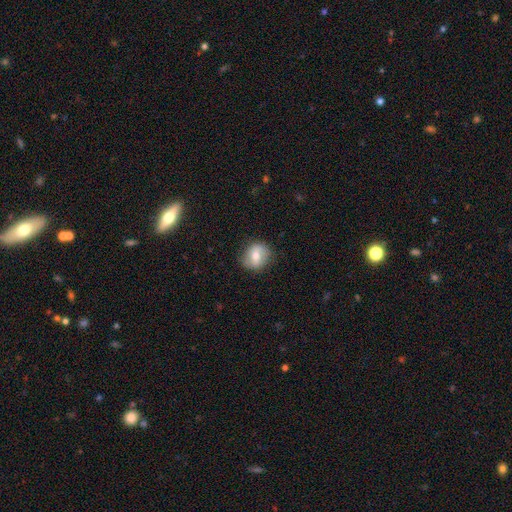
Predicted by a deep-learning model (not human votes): This is possibly a smooth galaxy (58%). How rounded: likely round (71%). Merging: clearly none (82%).